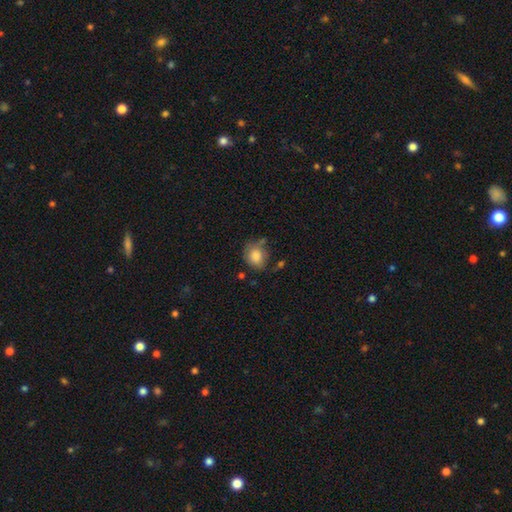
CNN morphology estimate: Q: Smooth or featured?
A: smooth (83%); runner-up: featured or disk (9%)
Q: How rounded?
A: round (57%); runner-up: in between (42%)
Q: Merging?
A: none (52%); runner-up: minor disturbance (29%)